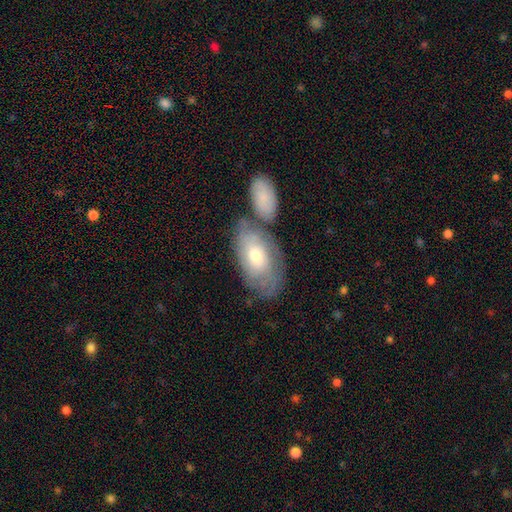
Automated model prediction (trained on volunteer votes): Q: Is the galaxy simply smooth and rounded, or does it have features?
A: featured or disk — 48%.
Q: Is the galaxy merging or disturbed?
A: none — 47%.